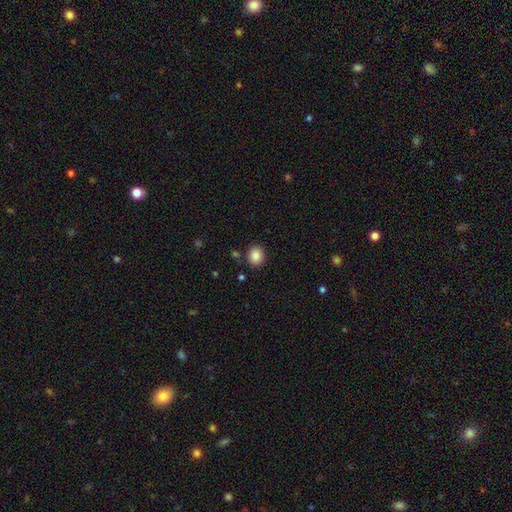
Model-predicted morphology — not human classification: This appears to be a smooth galaxy with no disk features (86%) that is round (71%). Merging: none (86%).